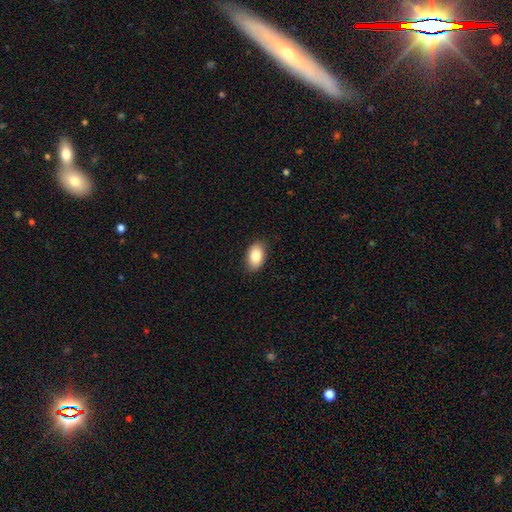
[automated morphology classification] Smooth or featured? smooth (86%)
How rounded? in between (92%)
Merging? none (88%)